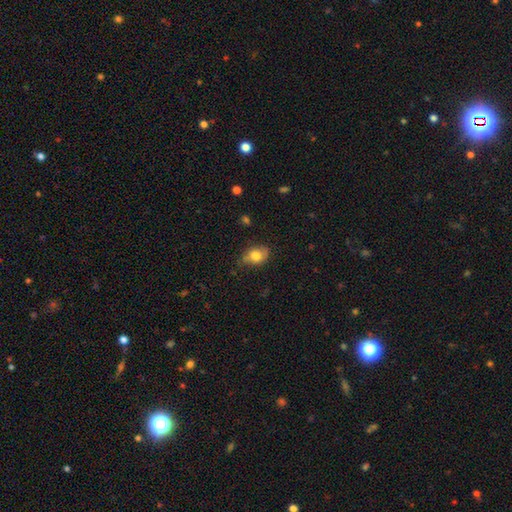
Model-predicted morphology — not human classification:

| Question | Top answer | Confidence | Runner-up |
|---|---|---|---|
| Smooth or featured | smooth | 77% | featured or disk (15%) |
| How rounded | in between | 74% | round (24%) |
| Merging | none | 66% | minor disturbance (27%) |